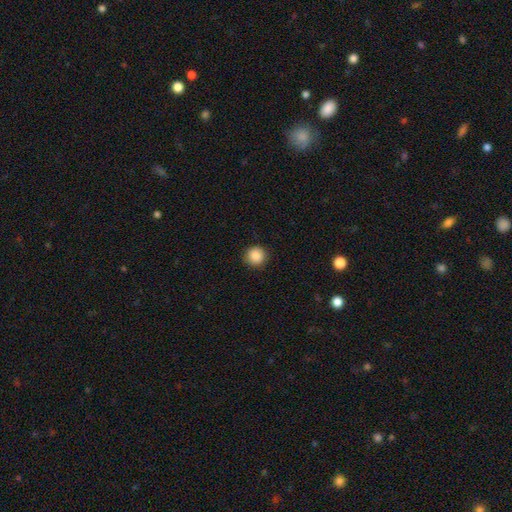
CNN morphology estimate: type=smooth (88%); roundness=round (93%); merging=none (90%).